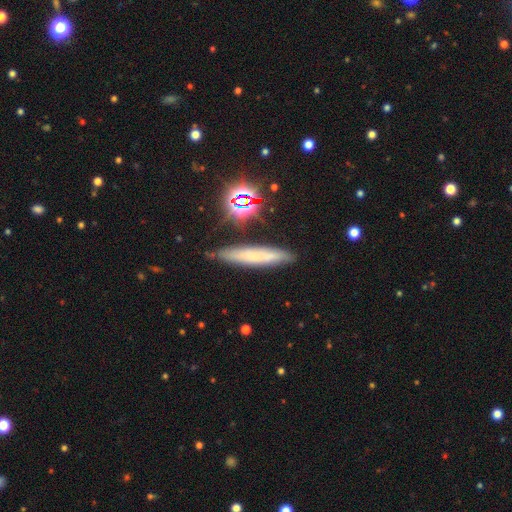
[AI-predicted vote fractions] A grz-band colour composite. It shows a smooth galaxy with no disk features (56%) that is cigar-shaped (88%). Merging: none (83%).